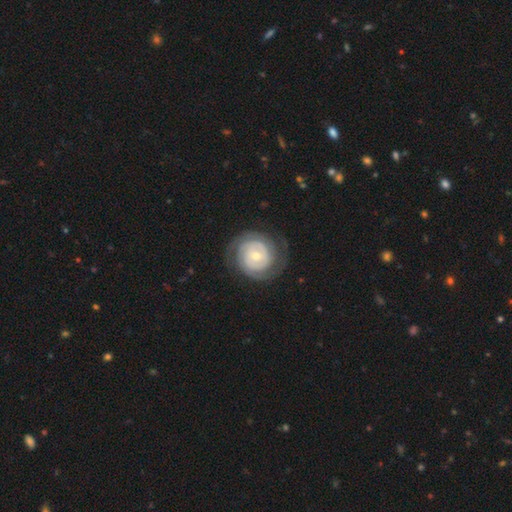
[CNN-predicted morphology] Smooth or featured? Predicted: featured or disk (p=0.78). Edge-on disk? Predicted: no (p=0.98). Bar? Predicted: no (p=0.67). Spiral arms? Predicted: yes (p=0.88). Spiral winding? Predicted: tight (p=0.75). Spiral arm count? Predicted: 2 (p=0.46). Bulge size? Predicted: small (p=0.52). Merging? Predicted: none (p=0.76).